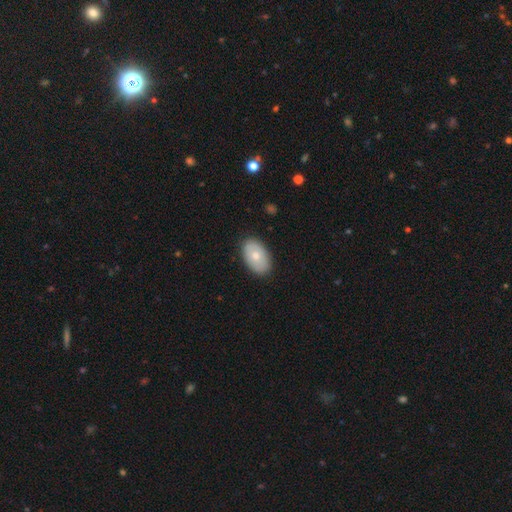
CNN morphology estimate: smooth 69%, featured or disk 25%, star or artifact 6%. Down the decision tree: how rounded — in between (91%); merging — none (86%).